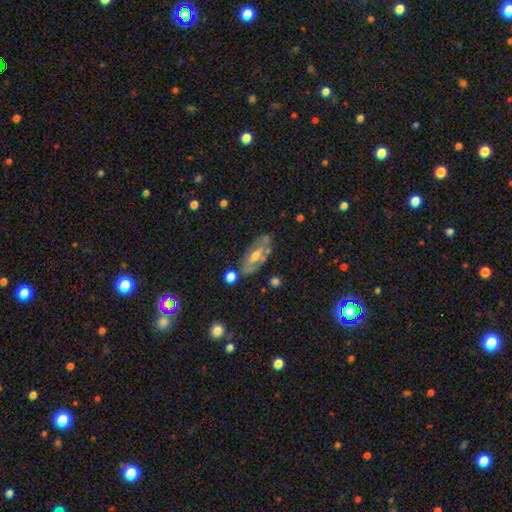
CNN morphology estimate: type=featured or disk (63%); edge-on=no (83%); bar=no (44%); spiral arms=no (52%); bulge=moderate (57%); merging=none (67%).